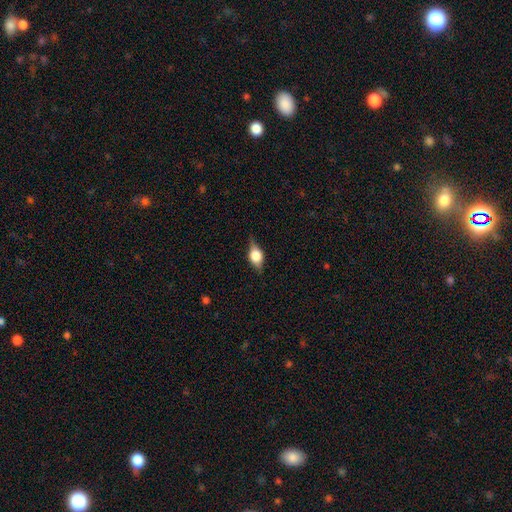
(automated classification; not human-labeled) Smooth or featured? Predicted: smooth (p=0.47). Merging? Predicted: none (p=0.78).